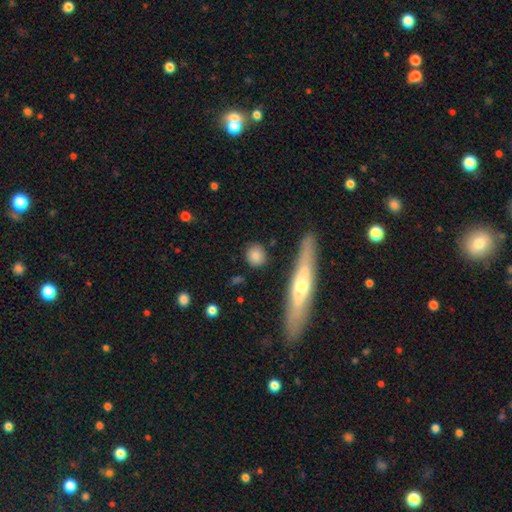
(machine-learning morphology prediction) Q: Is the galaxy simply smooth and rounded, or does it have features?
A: smooth — 80%.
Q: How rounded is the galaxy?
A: round — 83%.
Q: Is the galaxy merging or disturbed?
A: none — 86%.